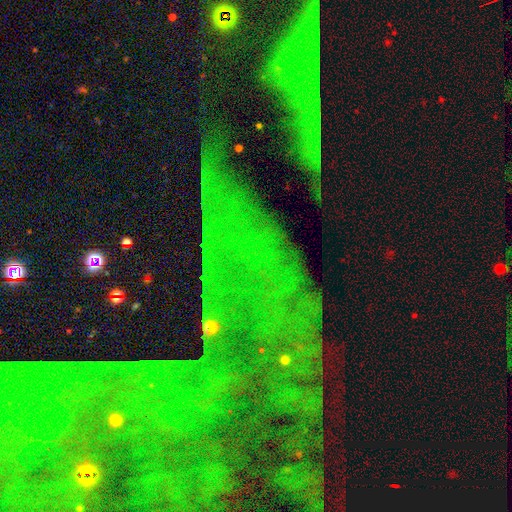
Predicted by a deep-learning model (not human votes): Q: Smooth or featured?
A: star or artifact (78%); runner-up: featured or disk (12%)